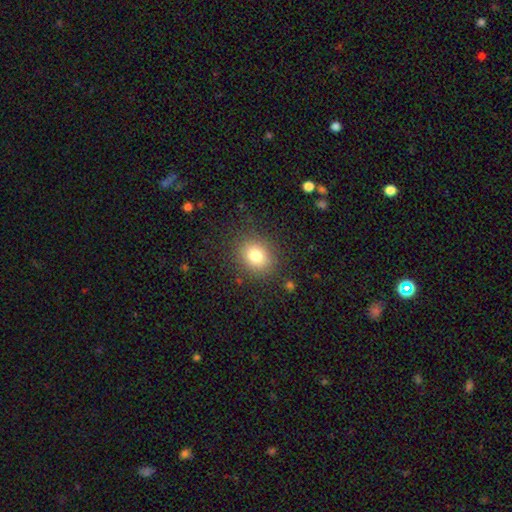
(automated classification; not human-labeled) smooth-or-featured: smooth: 80% | star or artifact: 11% | featured or disk: 9%
  how-rounded: round: 63% | in between: 36% | cigar-shaped: 1%
  merging: none: 85% | minor disturbance: 10% | major disturbance: 4% | merger: 1%